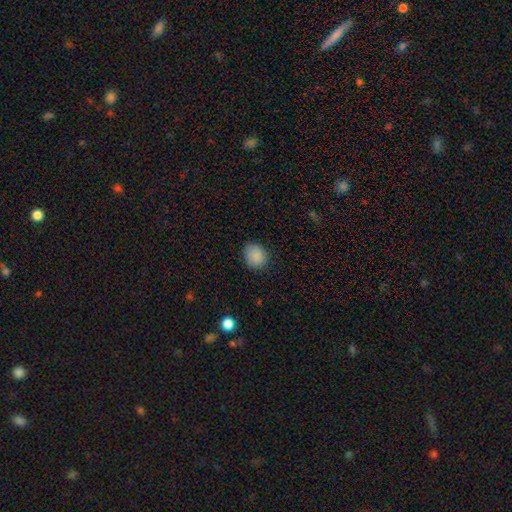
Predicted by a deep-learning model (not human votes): This is clearly a smooth galaxy (87%). How rounded: likely round (68%). Merging: clearly none (81%).